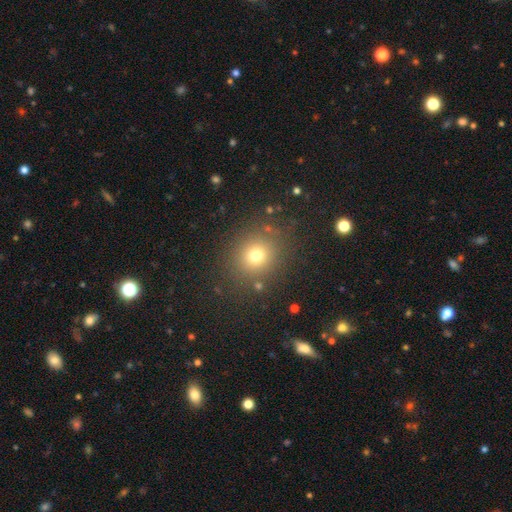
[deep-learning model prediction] A smooth galaxy with no disk features (73%) that is round (83%).

Vote fractions:
- Smooth or featured? smooth: 73% / star or artifact: 18% / featured or disk: 10%
- How rounded? round: 83% / in between: 16% / cigar-shaped: 1%
- Merging? none: 83% / minor disturbance: 9% / major disturbance: 5% / merger: 3%